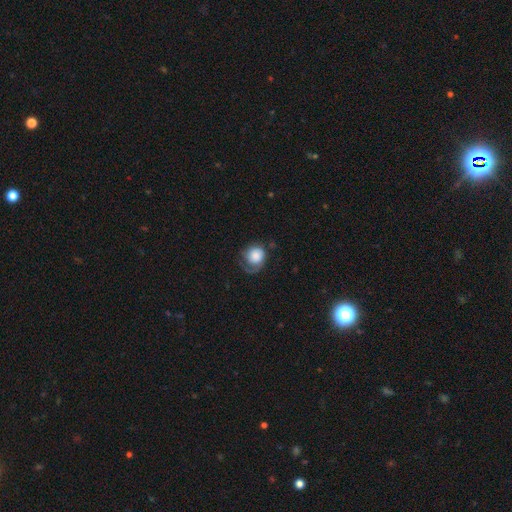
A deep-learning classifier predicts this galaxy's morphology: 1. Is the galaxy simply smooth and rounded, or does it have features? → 62% smooth, 31% featured or disk, 7% star or artifact.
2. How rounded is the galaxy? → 75% round, 24% in between, 1% cigar-shaped.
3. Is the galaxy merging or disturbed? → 41% none, 29% major disturbance, 28% minor disturbance, 2% merger.